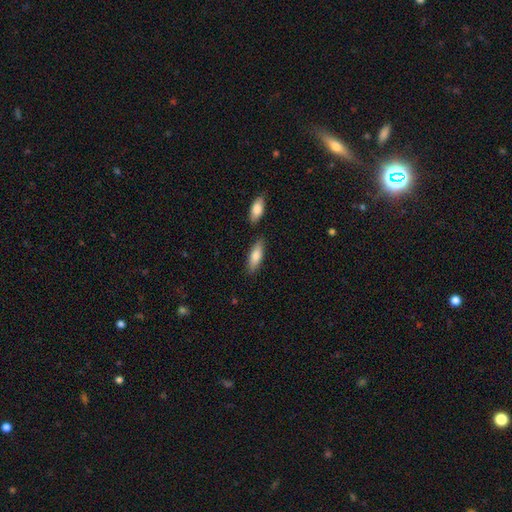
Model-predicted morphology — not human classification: This is clearly a smooth galaxy (81%). How rounded: likely in between (65%). Merging: likely none (78%).